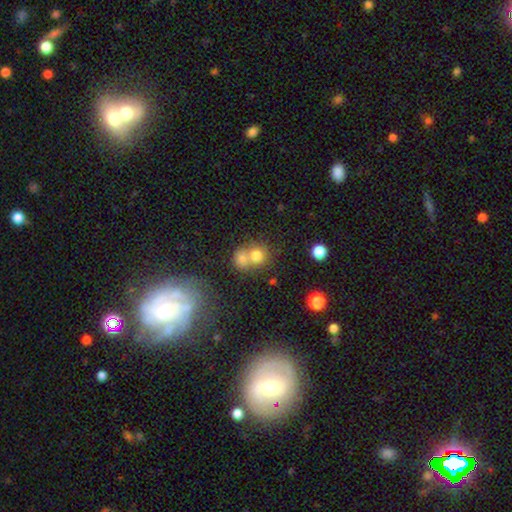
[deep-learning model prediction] Smooth or featured: smooth — 74% (featured or disk — 14%)
How rounded: round — 78% (in between — 21%)
Merging: merger — 57% (none — 33%)